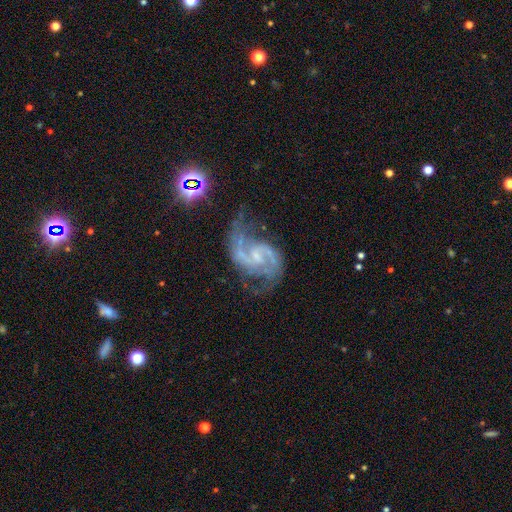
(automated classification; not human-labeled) smooth-or-featured: featured or disk: 90% | star or artifact: 7% | smooth: 4%
  disk-edge-on: no: 98% | yes: 2%
    bar: weak: 53% | no: 35% | strong: 13%
    has-spiral-arms: yes: 97% | no: 3%
      spiral-winding: medium: 51% | loose: 38% | tight: 11%
      spiral-arm-count: 2: 91% | can't tell: 3% | 1: 2% | 3: 2% | 4: 1% | more than 4: 1%
    bulge-size: small: 55% | none: 24% | moderate: 18% | large: 1% | dominant: 1%
  merging: none: 58% | minor disturbance: 20% | major disturbance: 17% | merger: 4%